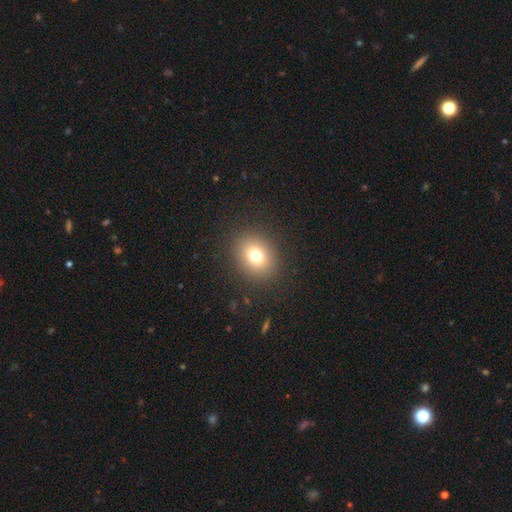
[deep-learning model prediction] Smooth or featured?
  - smooth: 76% *
  - star or artifact: 14%
  - featured or disk: 10%
How rounded?
  - round: 65% *
  - in between: 34%
  - cigar-shaped: 1%
Merging?
  - none: 89% *
  - minor disturbance: 7%
  - major disturbance: 3%
  - merger: 1%